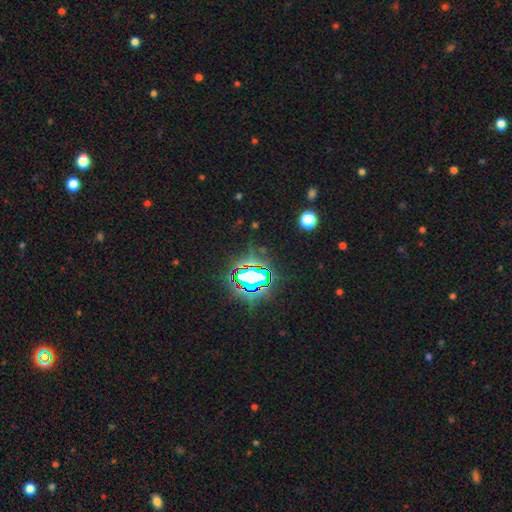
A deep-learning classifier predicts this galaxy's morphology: Overall: star or artifact (84%).